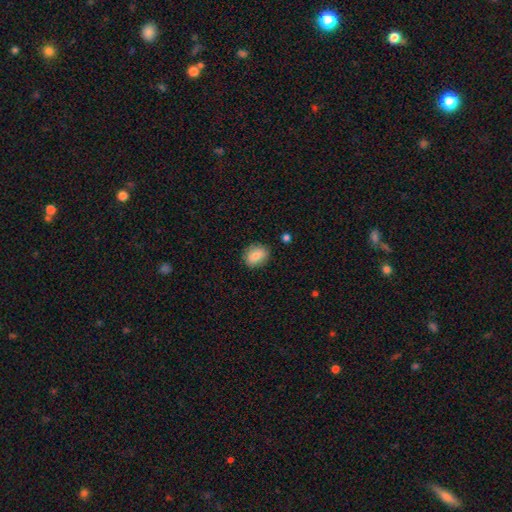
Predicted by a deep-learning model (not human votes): smooth 85%, star or artifact 8%, featured or disk 7%. Down the decision tree: how rounded — in between (65%); merging — none (83%).